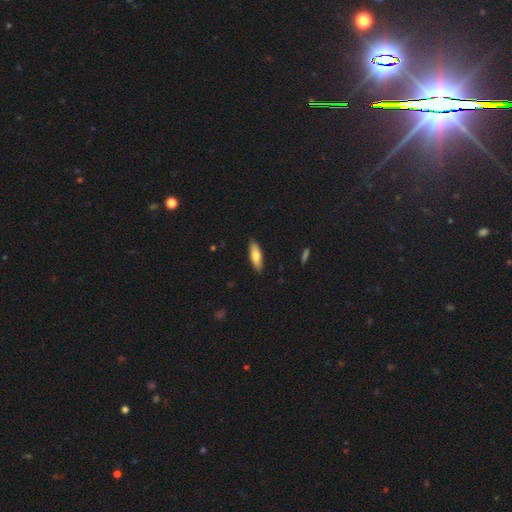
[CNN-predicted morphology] This appears to be a smooth galaxy with no disk features (75%) that is in between round and cigar-shaped (55%). Merging: none (89%).